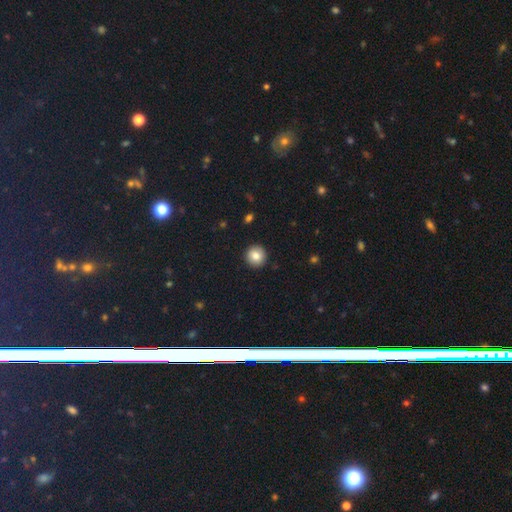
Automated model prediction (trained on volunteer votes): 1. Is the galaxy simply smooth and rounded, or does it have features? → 82% smooth, 10% featured or disk, 9% star or artifact.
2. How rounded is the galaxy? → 94% round, 5% in between, 1% cigar-shaped.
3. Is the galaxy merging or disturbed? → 92% none, 5% minor disturbance, 2% major disturbance, 1% merger.